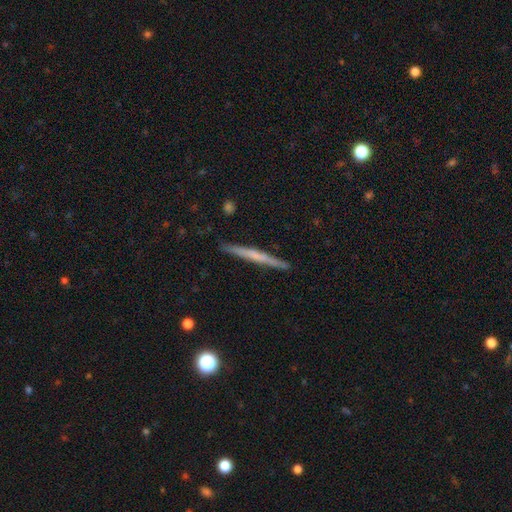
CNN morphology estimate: Smooth or featured? Predicted: featured or disk (p=0.52). Edge-on disk? Predicted: yes (p=0.97). Edge-on bulge? Predicted: none (p=0.72). Merging? Predicted: none (p=0.90).